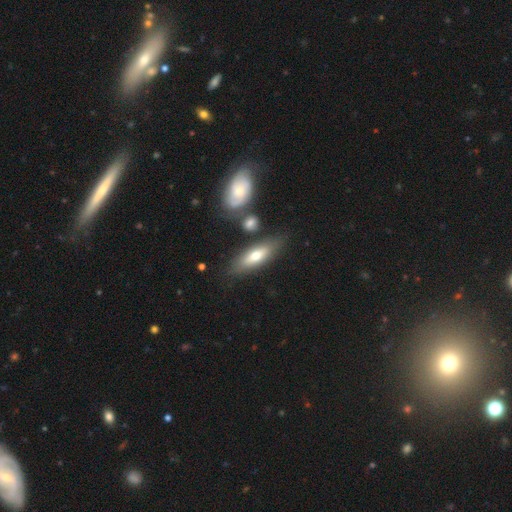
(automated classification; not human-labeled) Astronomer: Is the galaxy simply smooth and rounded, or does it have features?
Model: smooth — 60%.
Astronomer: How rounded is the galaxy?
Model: in between — 55% (runner-up: cigar-shaped, 43%).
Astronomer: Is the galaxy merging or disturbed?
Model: none — 72%.